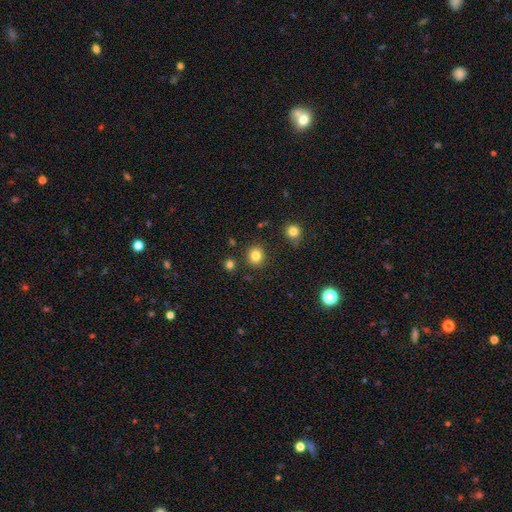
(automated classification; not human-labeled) This appears to be a smooth galaxy with no disk features (83%) that is round (83%). Merging: none (88%).